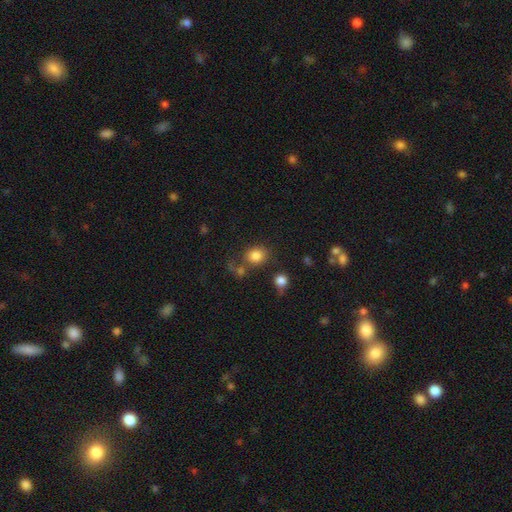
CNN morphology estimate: Smooth or featured?
  - smooth: 82% *
  - star or artifact: 11%
  - featured or disk: 7%
How rounded?
  - round: 72% *
  - in between: 27%
  - cigar-shaped: 1%
Merging?
  - none: 65% *
  - merger: 15%
  - minor disturbance: 13%
  - major disturbance: 7%